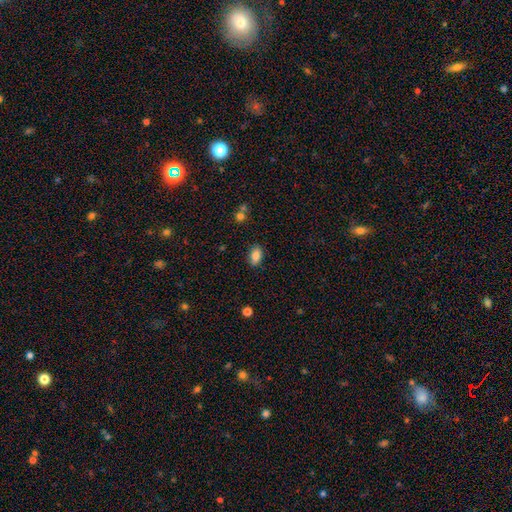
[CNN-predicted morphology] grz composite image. It shows a smooth galaxy with no disk features (84%) that is in between round and cigar-shaped (89%). Merging: none (85%).